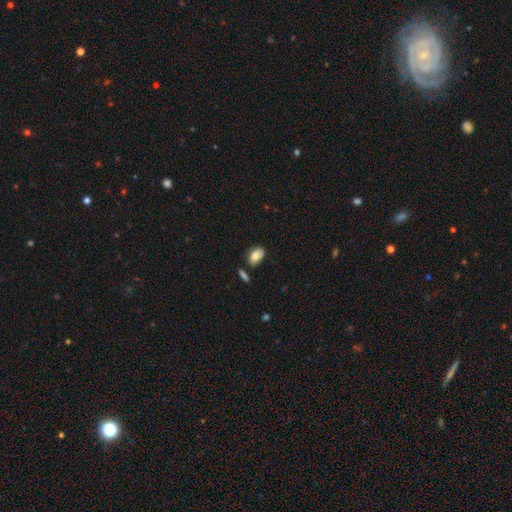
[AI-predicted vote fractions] Q: Smooth or featured?
A: smooth (85%); runner-up: star or artifact (8%)
Q: How rounded?
A: in between (88%); runner-up: round (10%)
Q: Merging?
A: none (72%); runner-up: minor disturbance (17%)